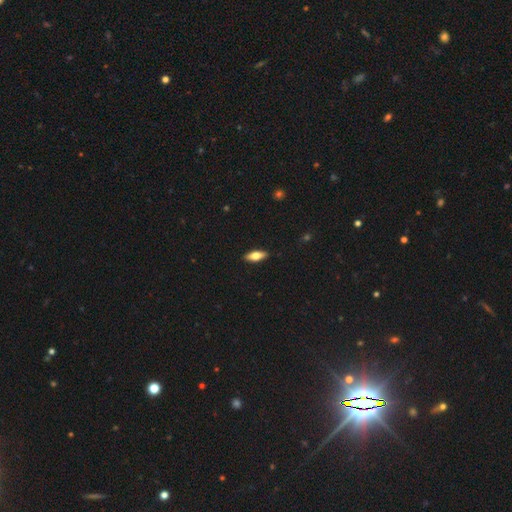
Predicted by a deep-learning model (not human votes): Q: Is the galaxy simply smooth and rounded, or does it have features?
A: smooth — 63%.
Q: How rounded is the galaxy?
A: in between — 70%.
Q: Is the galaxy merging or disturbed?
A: none — 90%.